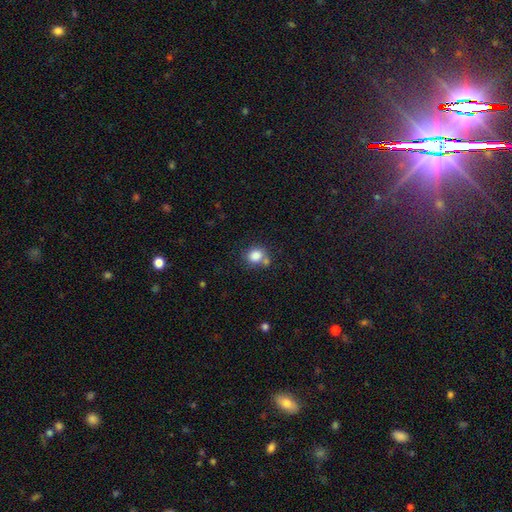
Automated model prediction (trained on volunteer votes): Morphology: type=smooth (84%); roundness=round (76%); merging=none (60%).